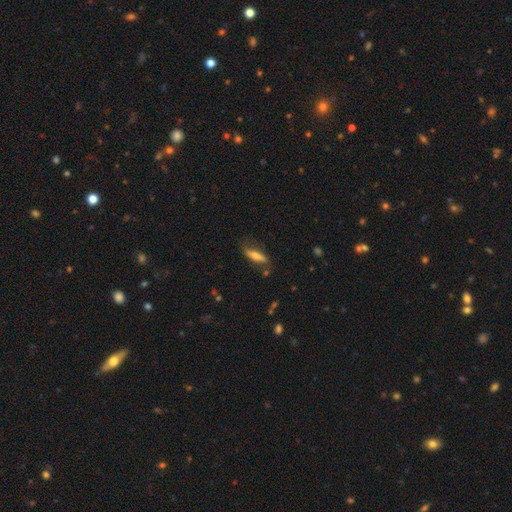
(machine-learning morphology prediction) smooth_or_featured: smooth (p=0.58) [alt: featured or disk p=0.35]
how_rounded: cigar-shaped (p=0.65) [alt: in between p=0.33]
merging: none (p=0.66) [alt: minor disturbance p=0.23]